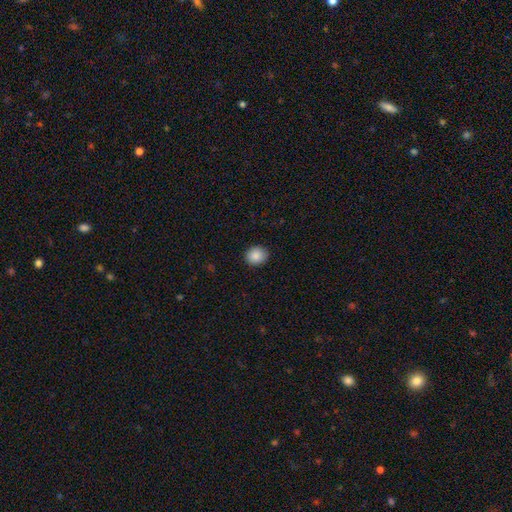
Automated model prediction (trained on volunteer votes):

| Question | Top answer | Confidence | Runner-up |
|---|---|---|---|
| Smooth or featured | smooth | 88% | star or artifact (8%) |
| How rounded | round | 68% | in between (31%) |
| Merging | none | 89% | minor disturbance (8%) |